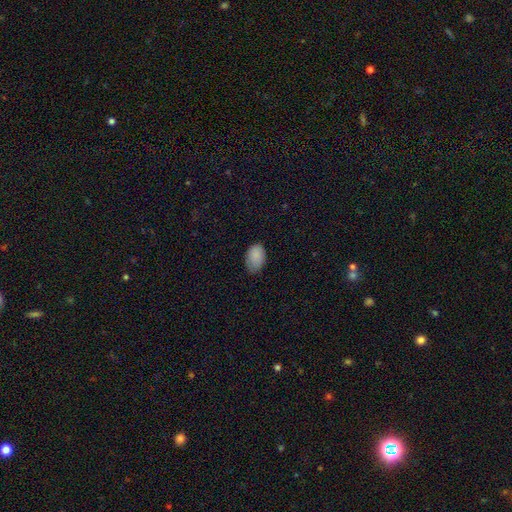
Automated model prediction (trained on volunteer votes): A smooth galaxy with no disk features (89%) that is in between round and cigar-shaped (89%). Merging: none (74%).